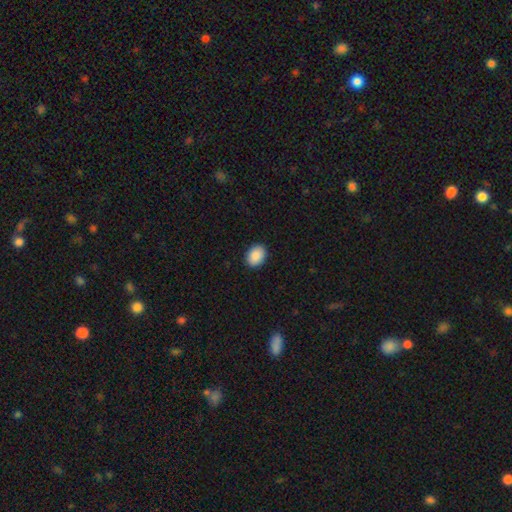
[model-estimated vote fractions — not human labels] smooth_or_featured: smooth (p=0.90) [alt: star or artifact p=0.07]
how_rounded: in between (p=0.69) [alt: round p=0.30]
merging: none (p=0.91) [alt: minor disturbance p=0.07]